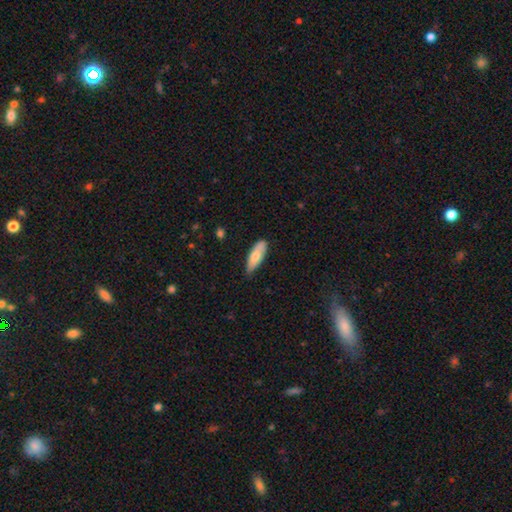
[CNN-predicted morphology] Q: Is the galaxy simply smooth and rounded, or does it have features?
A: smooth — 74%.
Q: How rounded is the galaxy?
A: in between — 60%.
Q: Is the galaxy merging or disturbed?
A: none — 69%.